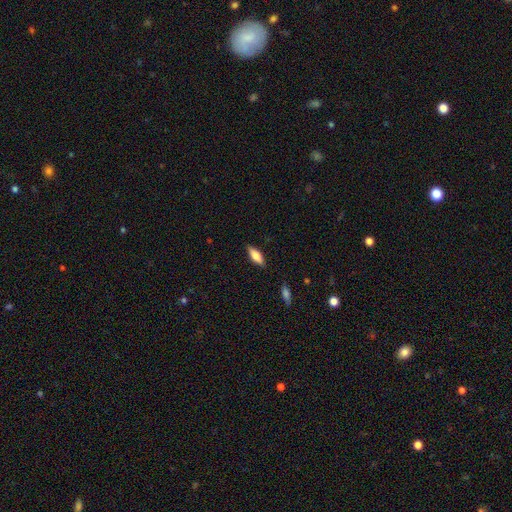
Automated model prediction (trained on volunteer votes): smooth-or-featured: smooth: 74% | featured or disk: 20% | star or artifact: 7%
  how-rounded: in between: 68% | cigar-shaped: 30% | round: 2%
  merging: none: 86% | minor disturbance: 10% | major disturbance: 2% | merger: 1%